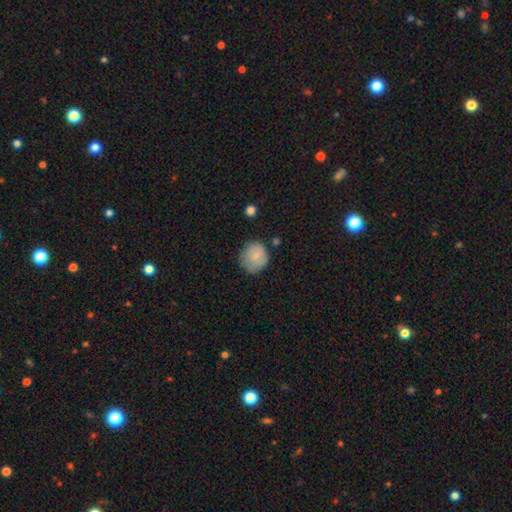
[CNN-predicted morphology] smooth-or-featured: smooth: 78% | featured or disk: 14% | star or artifact: 8%
  how-rounded: round: 85% | in between: 14% | cigar-shaped: 1%
  merging: none: 67% | minor disturbance: 24% | major disturbance: 6% | merger: 3%